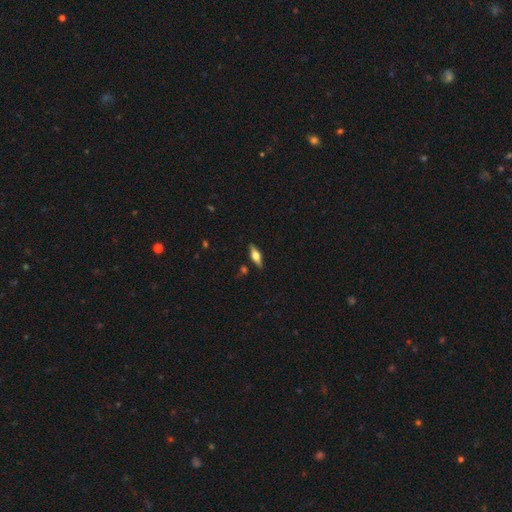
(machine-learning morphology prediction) Q: Smooth or featured?
A: featured or disk (54%); runner-up: smooth (39%)
Q: Edge-on disk?
A: yes (93%); runner-up: no (7%)
Q: Merging?
A: none (87%); runner-up: minor disturbance (9%)